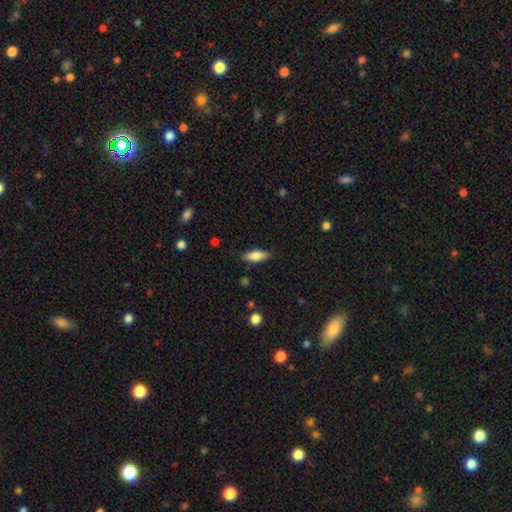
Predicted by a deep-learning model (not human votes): Smooth or featured? Predicted: smooth (p=0.81). How rounded? Predicted: in between (p=0.74). Merging? Predicted: none (p=0.83).